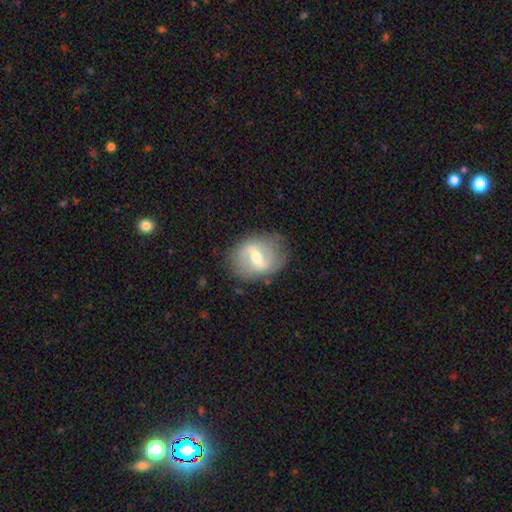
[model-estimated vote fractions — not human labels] A featured or disk galaxy (69%) with a strong bar (58%), spiral arms (51%) and a moderate central bulge (66%).

Vote fractions:
- Smooth or featured? featured or disk: 69% / smooth: 24% / star or artifact: 7%
- Edge-on disk? no: 91% / yes: 9%
- Bar? strong: 58% / weak: 34% / no: 8%
- Spiral arms? yes: 51% / no: 49%
- Bulge size? moderate: 66% / small: 22% / large: 9% / none: 2% / dominant: 1%
- Merging? none: 75% / minor disturbance: 17% / major disturbance: 7% / merger: 1%